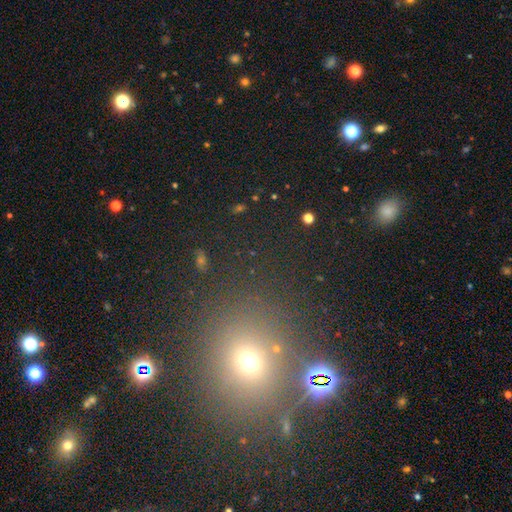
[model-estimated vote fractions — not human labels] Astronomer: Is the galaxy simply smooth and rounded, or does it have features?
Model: smooth — 45%, tied with star or artifact at 45%.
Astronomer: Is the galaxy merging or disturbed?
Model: none — 80%.